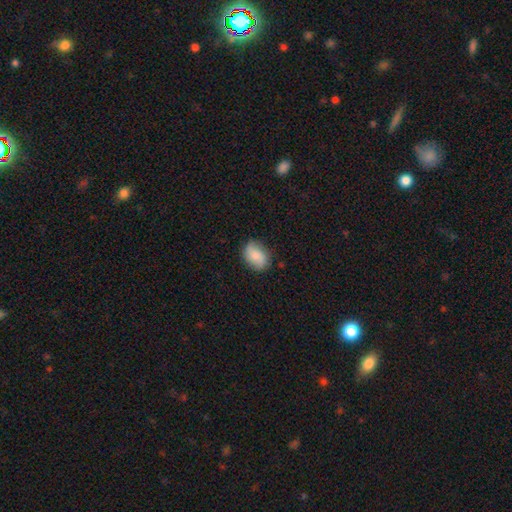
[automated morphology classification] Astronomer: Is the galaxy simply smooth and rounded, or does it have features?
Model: smooth — 70%.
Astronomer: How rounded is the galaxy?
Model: in between — 75%.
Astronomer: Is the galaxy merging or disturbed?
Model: none — 80%.